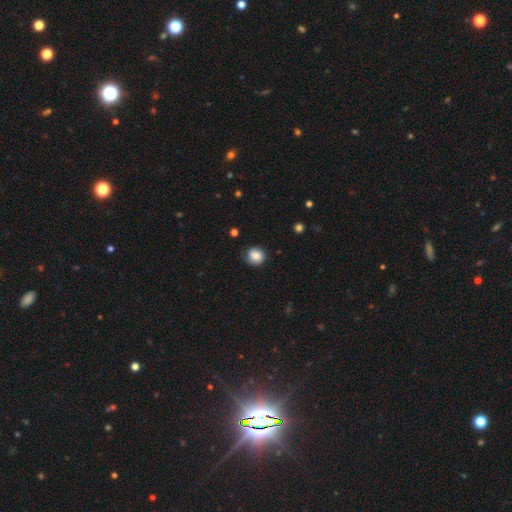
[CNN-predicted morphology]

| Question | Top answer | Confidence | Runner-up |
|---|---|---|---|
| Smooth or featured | smooth | 83% | star or artifact (9%) |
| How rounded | round | 84% | in between (15%) |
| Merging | none | 81% | minor disturbance (15%) |